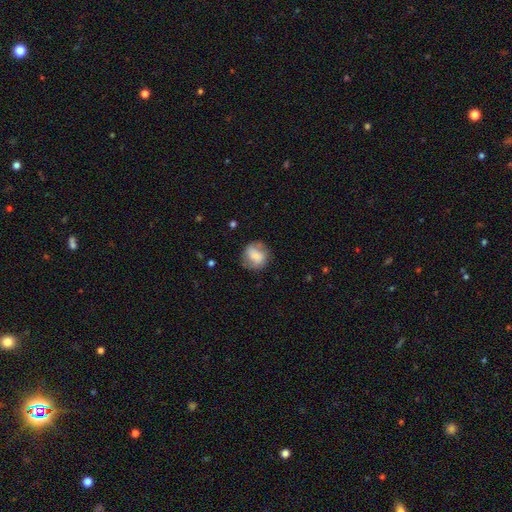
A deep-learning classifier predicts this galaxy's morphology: This appears to be a smooth galaxy with no disk features (63%) that is round (80%). Merging: none (73%).